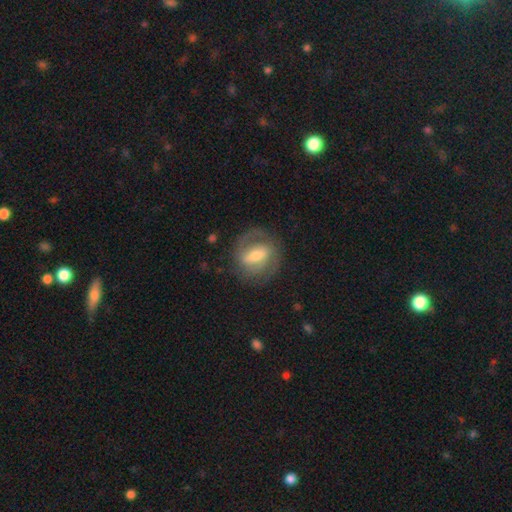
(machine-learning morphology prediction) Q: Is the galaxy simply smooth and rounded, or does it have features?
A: featured or disk — 75%.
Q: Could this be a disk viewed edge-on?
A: no — 96%.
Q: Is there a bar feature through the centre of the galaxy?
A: strong — 44%.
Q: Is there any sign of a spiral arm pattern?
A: yes — 87%.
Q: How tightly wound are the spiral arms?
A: medium — 45%.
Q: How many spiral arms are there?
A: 2 — 80%.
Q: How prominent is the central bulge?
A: moderate — 58%.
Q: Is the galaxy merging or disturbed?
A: none — 75%.